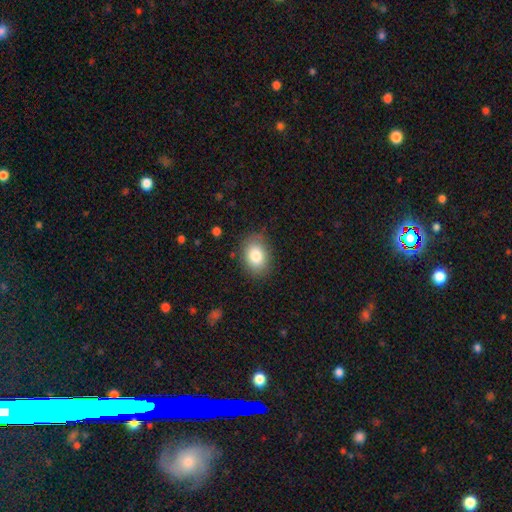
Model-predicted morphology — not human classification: Smooth or featured? Predicted: smooth (p=0.82). How rounded? Predicted: in between (p=0.71). Merging? Predicted: none (p=0.82).